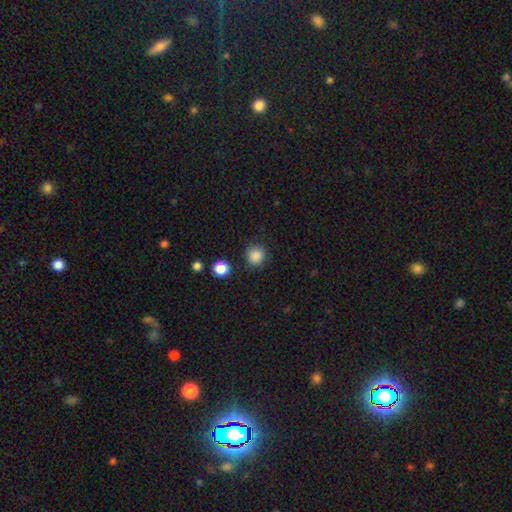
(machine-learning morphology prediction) Smooth or featured: smooth — 86% (star or artifact — 11%)
How rounded: round — 91% (in between — 8%)
Merging: none — 86% (minor disturbance — 9%)